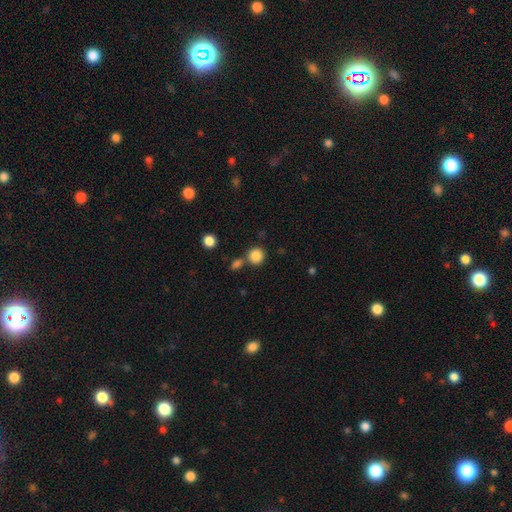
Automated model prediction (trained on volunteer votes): smooth_or_featured: smooth (p=0.86) [alt: star or artifact p=0.10]
how_rounded: round (p=0.91) [alt: in between p=0.08]
merging: none (p=0.70) [alt: merger p=0.18]